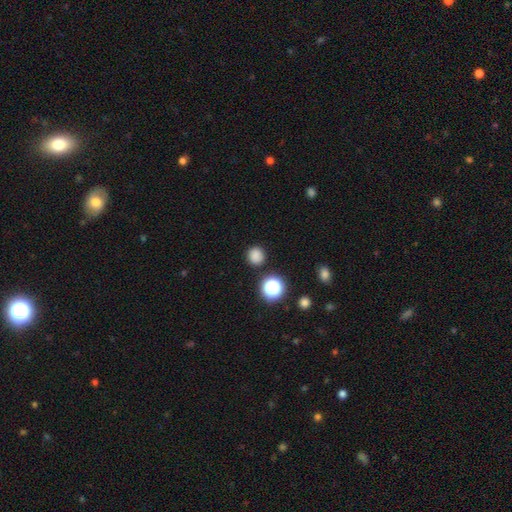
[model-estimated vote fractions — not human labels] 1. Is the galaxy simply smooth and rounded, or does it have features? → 81% smooth, 15% star or artifact, 4% featured or disk.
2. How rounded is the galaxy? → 91% round, 8% in between, 1% cigar-shaped.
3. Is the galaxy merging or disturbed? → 87% none, 7% minor disturbance, 3% merger, 2% major disturbance.